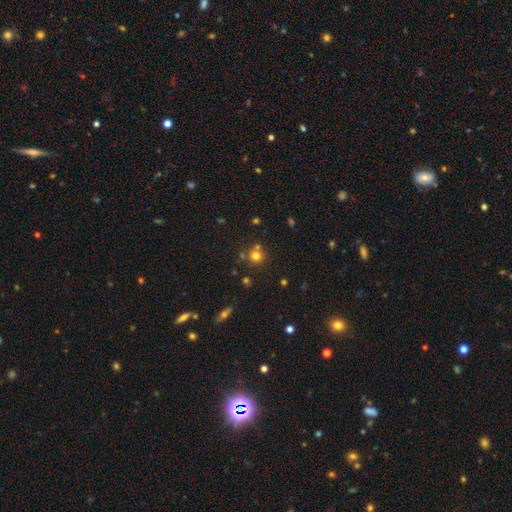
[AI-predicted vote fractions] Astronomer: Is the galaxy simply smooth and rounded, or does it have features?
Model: smooth — 69%.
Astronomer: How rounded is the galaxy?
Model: round — 91%.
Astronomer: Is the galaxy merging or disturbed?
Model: none — 68%.